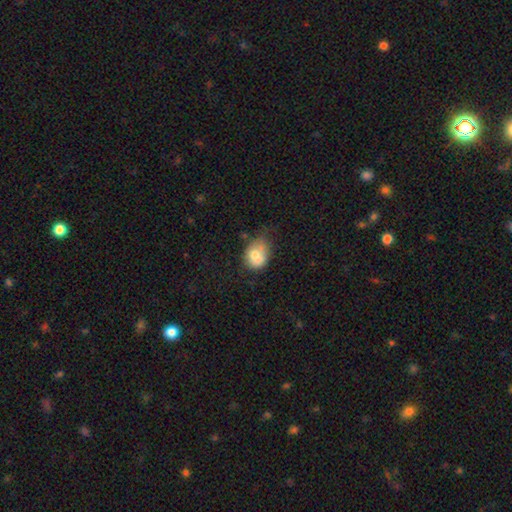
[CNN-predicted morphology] This appears to be a smooth galaxy with no disk features (71%) that is in between round and cigar-shaped (54%). Merging: none (32%).